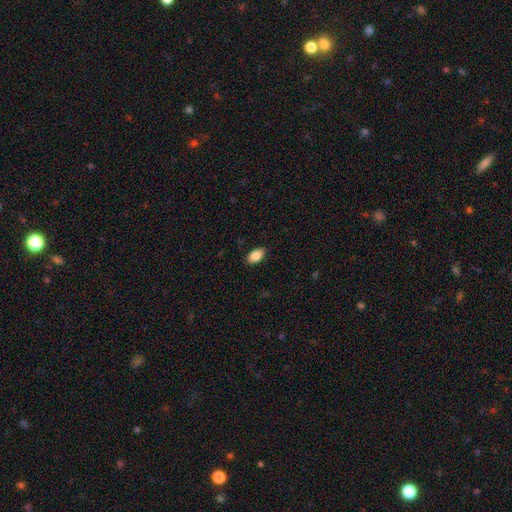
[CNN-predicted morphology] Smooth or featured?
  - smooth: 86% *
  - star or artifact: 7%
  - featured or disk: 7%
How rounded?
  - in between: 92% *
  - round: 5%
  - cigar-shaped: 3%
Merging?
  - none: 87% *
  - minor disturbance: 10%
  - major disturbance: 2%
  - merger: 1%